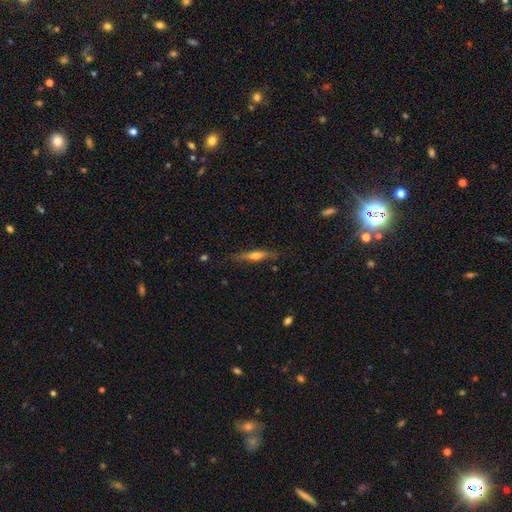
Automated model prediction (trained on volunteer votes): Smooth or featured?
  - featured or disk: 56% *
  - smooth: 38%
  - star or artifact: 6%
Edge-on disk?
  - yes: 94% *
  - no: 6%
Edge-on bulge?
  - rounded: 88% *
  - none: 7%
  - boxy: 5%
Merging?
  - none: 81% *
  - minor disturbance: 14%
  - major disturbance: 3%
  - merger: 2%